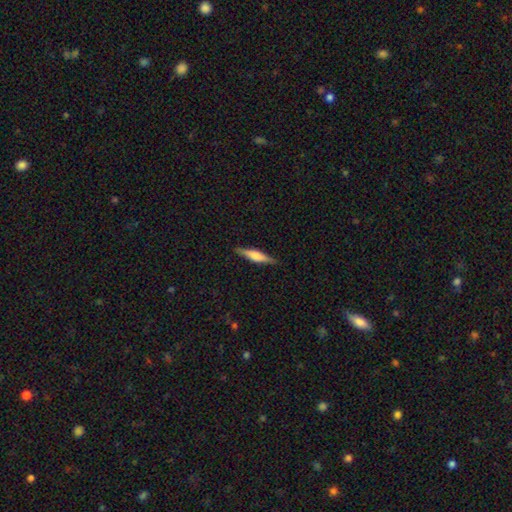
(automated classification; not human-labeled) smooth-or-featured: featured or disk: 48% | smooth: 46% | star or artifact: 6%
  merging: none: 89% | minor disturbance: 8% | major disturbance: 2% | merger: 1%